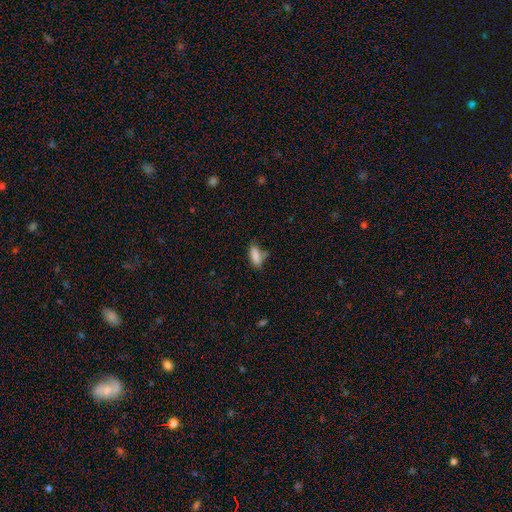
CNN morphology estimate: type=smooth (85%); roundness=in between (81%); merging=none (60%).